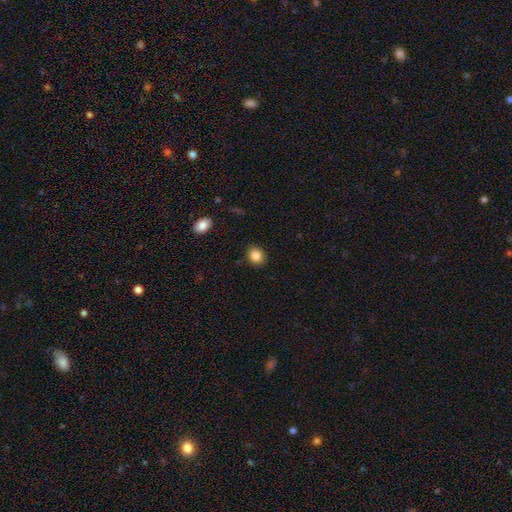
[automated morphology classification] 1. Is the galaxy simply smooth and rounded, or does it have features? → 85% smooth, 10% star or artifact, 5% featured or disk.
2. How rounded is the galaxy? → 63% round, 36% in between, 1% cigar-shaped.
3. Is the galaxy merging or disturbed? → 89% none, 8% minor disturbance, 2% major disturbance, 1% merger.